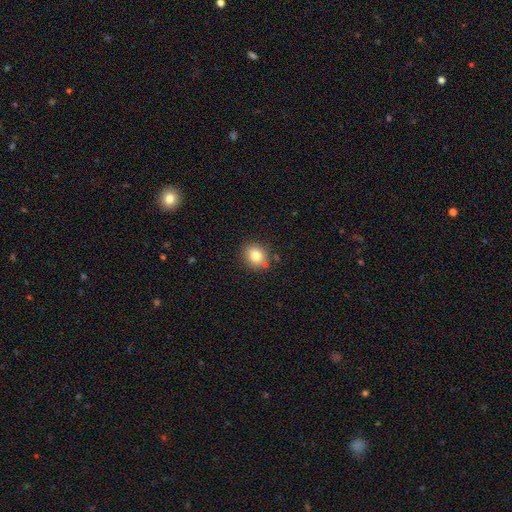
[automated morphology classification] smooth-or-featured: smooth: 79% | star or artifact: 11% | featured or disk: 9%
  how-rounded: round: 76% | in between: 23% | cigar-shaped: 1%
  merging: none: 81% | minor disturbance: 11% | merger: 5% | major disturbance: 3%